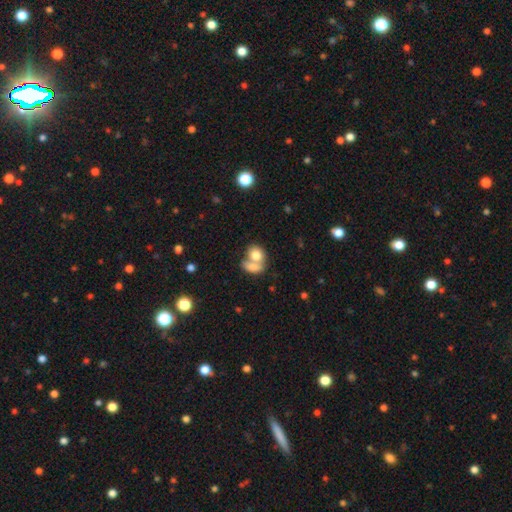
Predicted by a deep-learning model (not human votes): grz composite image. It shows a smooth galaxy with no disk features (77%) that is in between round and cigar-shaped (57%). Merging: merger (67%).